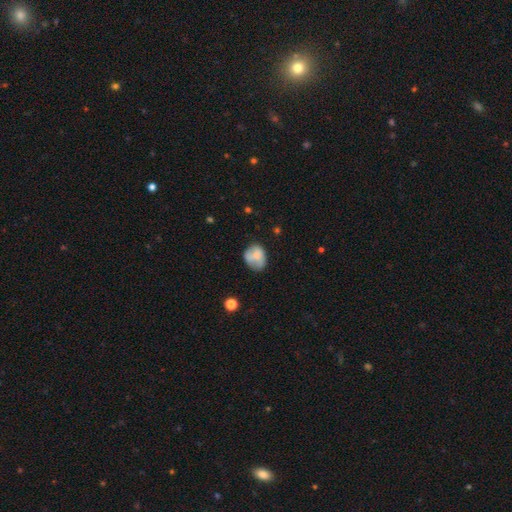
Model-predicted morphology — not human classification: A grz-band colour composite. It shows a smooth galaxy with no disk features (66%) that is in between round and cigar-shaped (49%, tied with round). Merging: none (53%).